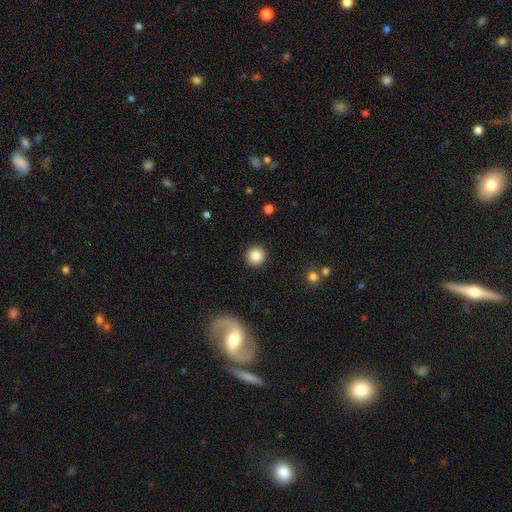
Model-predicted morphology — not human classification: The model was most divided on "smooth or featured": smooth: 85%, star or artifact: 10%, featured or disk: 5%. More confident: how rounded — round (94%); merging — none (92%).